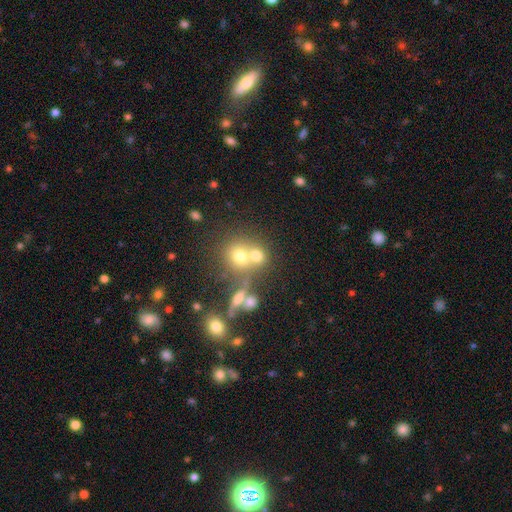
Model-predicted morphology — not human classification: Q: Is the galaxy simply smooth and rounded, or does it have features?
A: smooth — 67%.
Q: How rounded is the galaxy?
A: round — 73%.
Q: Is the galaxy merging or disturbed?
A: merger — 50%.